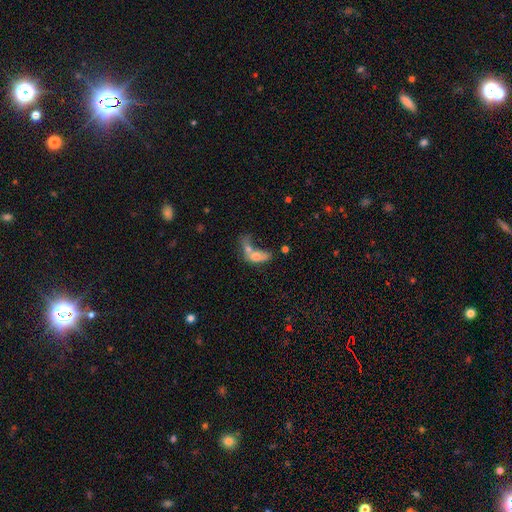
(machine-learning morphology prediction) smooth 58%, featured or disk 29%, star or artifact 13%. Down the decision tree: how rounded — in between (76%); merging — merger (61%).